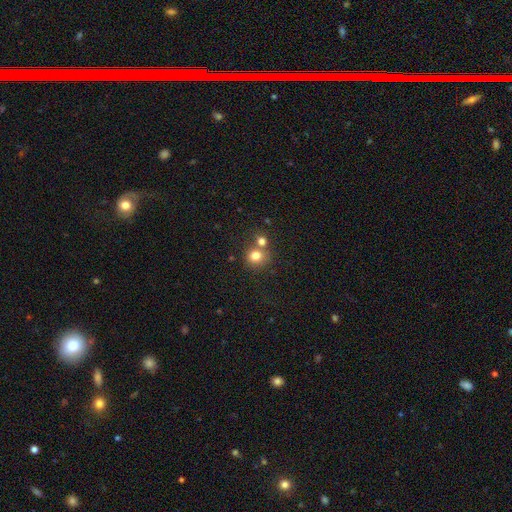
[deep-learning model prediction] The model was most divided on "merging": none: 53%, merger: 35%, minor disturbance: 9%, major disturbance: 3%. More confident: how rounded — round (81%); smooth or featured — smooth (79%).